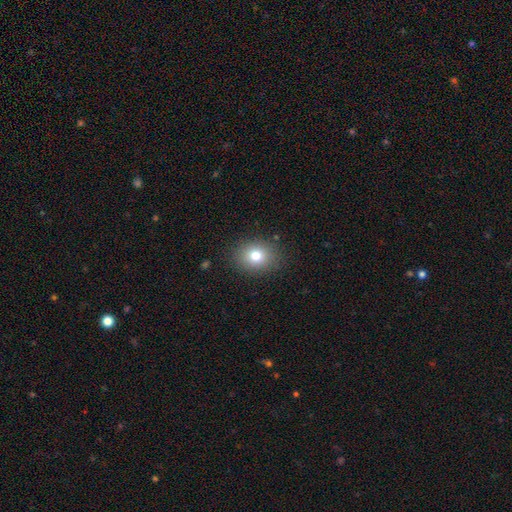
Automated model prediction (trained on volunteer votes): A smooth galaxy with no disk features (78%) that is round (56%). Merging: none (86%).